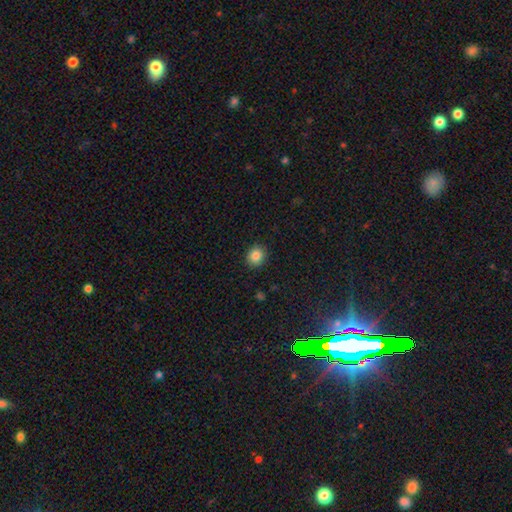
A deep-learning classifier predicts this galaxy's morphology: Overall: smooth (85%). How rounded: round (82%). Merging: none (90%).